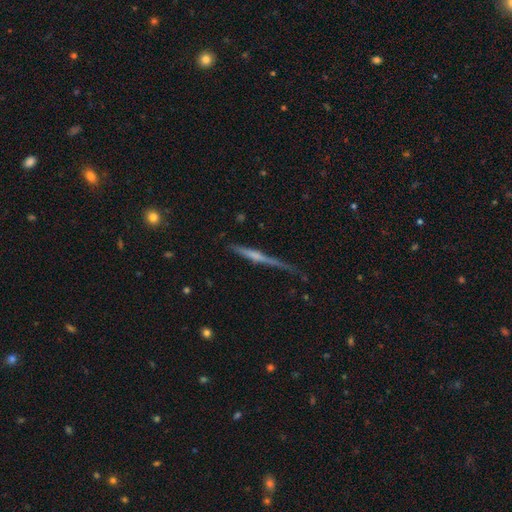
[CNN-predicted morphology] This appears to be a featured or disk galaxy (61%) viewed edge-on (97%) with no central bulge (43%, tied with rounded). Merging: none (67%).